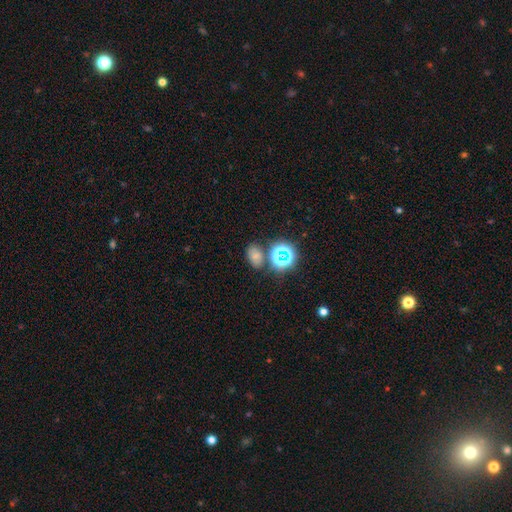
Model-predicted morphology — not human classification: Q: Smooth or featured?
A: smooth (60%); runner-up: star or artifact (29%)
Q: How rounded?
A: in between (72%); runner-up: round (27%)
Q: Merging?
A: none (73%); runner-up: minor disturbance (13%)